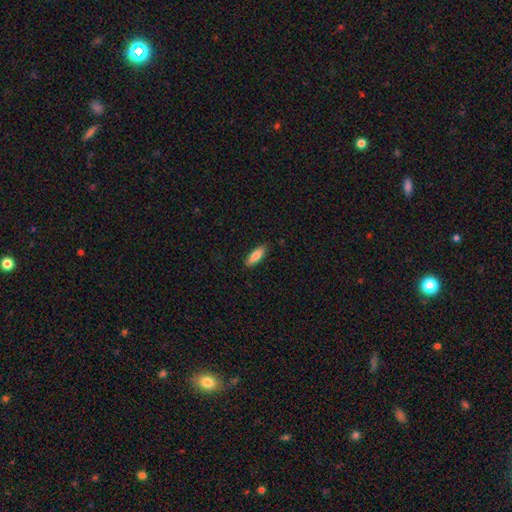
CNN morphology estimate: A smooth galaxy with no disk features (82%) that is in between round and cigar-shaped (63%).

Vote fractions:
- Smooth or featured? smooth: 82% / featured or disk: 12% / star or artifact: 6%
- How rounded? in between: 63% / cigar-shaped: 36% / round: 2%
- Merging? none: 84% / minor disturbance: 13% / major disturbance: 2% / merger: 1%